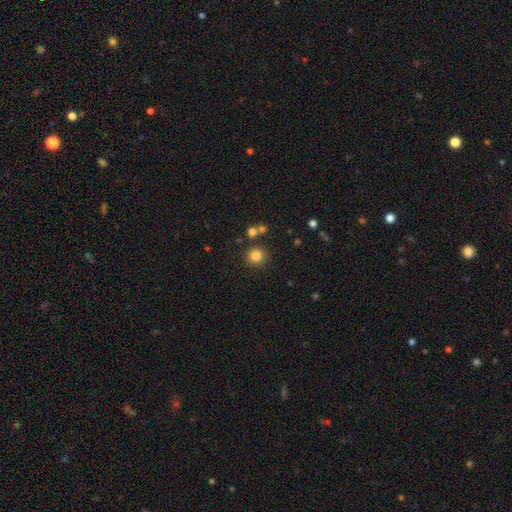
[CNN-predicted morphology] This appears to be a smooth galaxy with no disk features (83%) that is round (92%). Merging: none (83%).